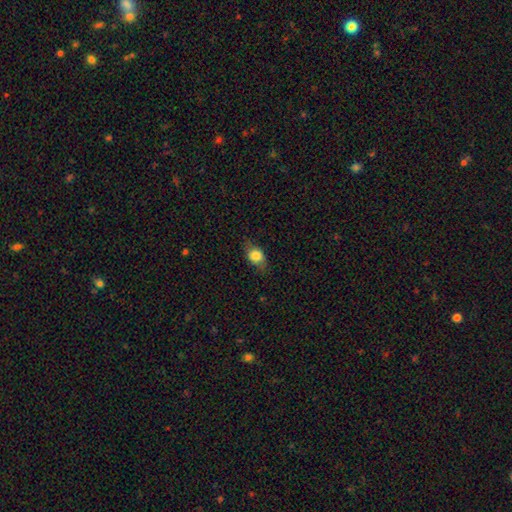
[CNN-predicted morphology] smooth 76%, featured or disk 16%, star or artifact 9%. Down the decision tree: how rounded — in between (64%); merging — none (72%).